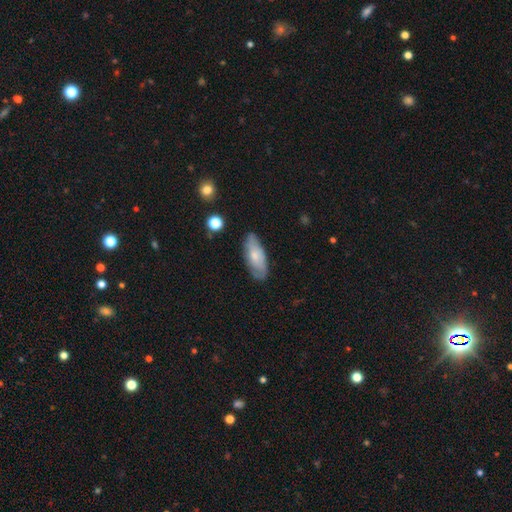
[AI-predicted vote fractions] Smooth or featured: smooth — 60% (featured or disk — 34%)
How rounded: in between — 81% (cigar-shaped — 17%)
Merging: none — 74% (minor disturbance — 20%)